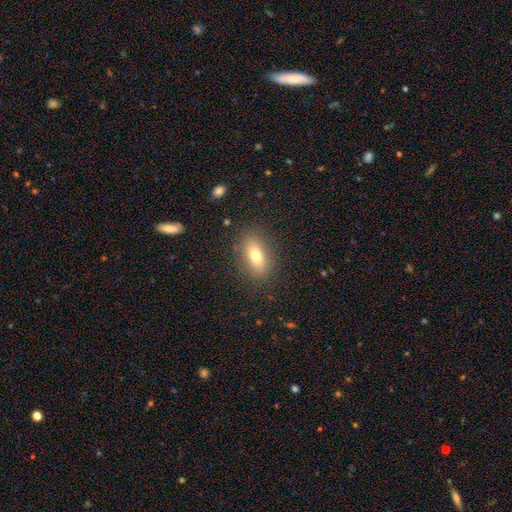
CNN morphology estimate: This appears to be a smooth galaxy with no disk features (75%) that is in between round and cigar-shaped (81%). Merging: none (85%).